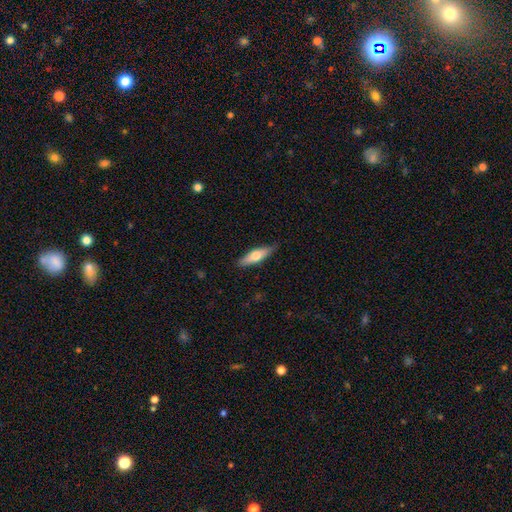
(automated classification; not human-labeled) smooth_or_featured: smooth (p=0.60) [alt: featured or disk p=0.35]
how_rounded: cigar-shaped (p=0.59) [alt: in between p=0.39]
merging: none (p=0.84) [alt: minor disturbance p=0.13]